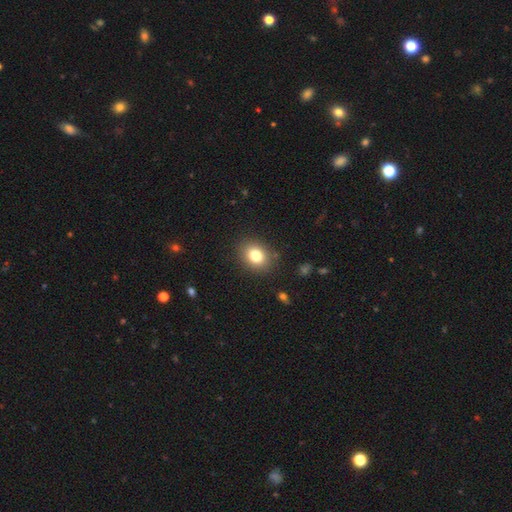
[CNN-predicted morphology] Smooth or featured: smooth — 80% (star or artifact — 11%)
How rounded: round — 54% (in between — 45%)
Merging: none — 87% (minor disturbance — 8%)